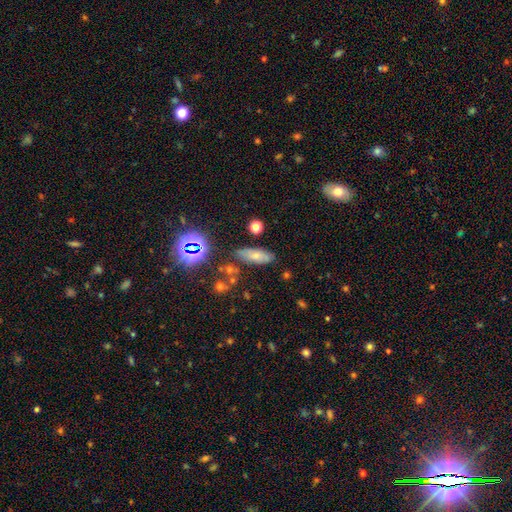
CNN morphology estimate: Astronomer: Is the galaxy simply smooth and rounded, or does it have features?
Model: smooth — 58%.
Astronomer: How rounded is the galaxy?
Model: in between — 68%.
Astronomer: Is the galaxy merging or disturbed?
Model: none — 72%.